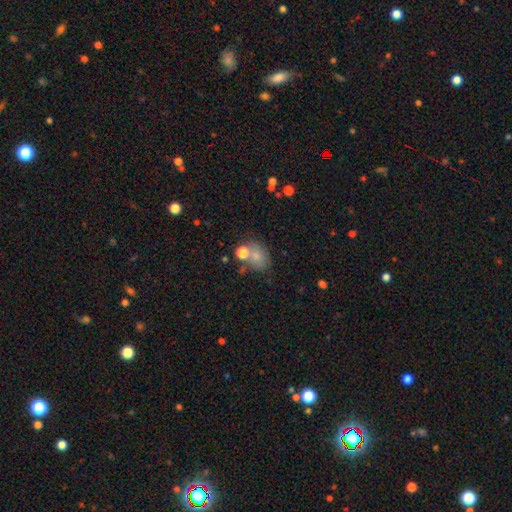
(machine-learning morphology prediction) This appears to be a smooth galaxy with no disk features (74%) that is in between round and cigar-shaped (55%). Merging: none (49%).